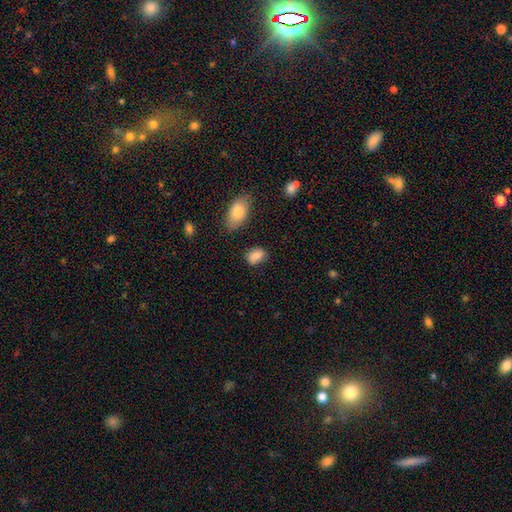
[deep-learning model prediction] The model was most divided on "merging": none: 73%, minor disturbance: 19%, major disturbance: 4%, merger: 4%. More confident: smooth or featured — smooth (85%); how rounded — in between (81%).